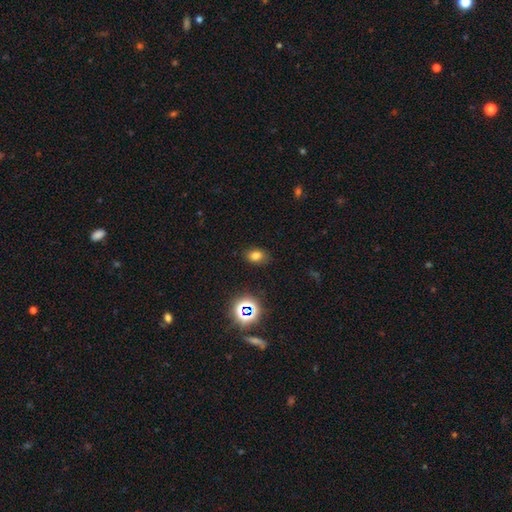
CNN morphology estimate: Smooth or featured?
  - smooth: 73% *
  - star or artifact: 19%
  - featured or disk: 7%
How rounded?
  - in between: 75% *
  - round: 24%
  - cigar-shaped: 1%
Merging?
  - none: 83% *
  - minor disturbance: 12%
  - major disturbance: 3%
  - merger: 2%